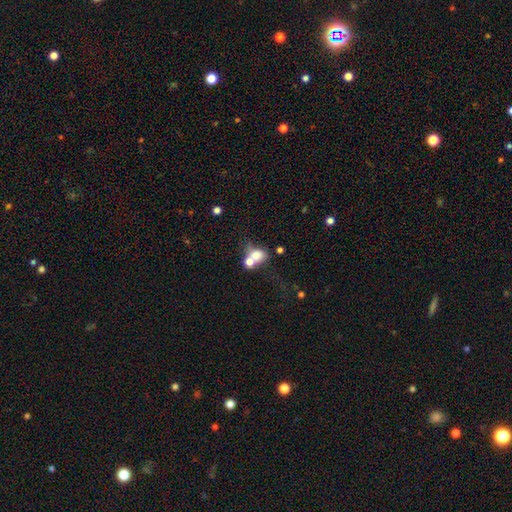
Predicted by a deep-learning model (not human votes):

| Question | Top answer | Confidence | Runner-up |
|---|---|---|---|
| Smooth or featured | smooth | 69% | featured or disk (19%) |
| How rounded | round | 49% | tied: in between (49%) |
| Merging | merger | 58% | none (23%) |